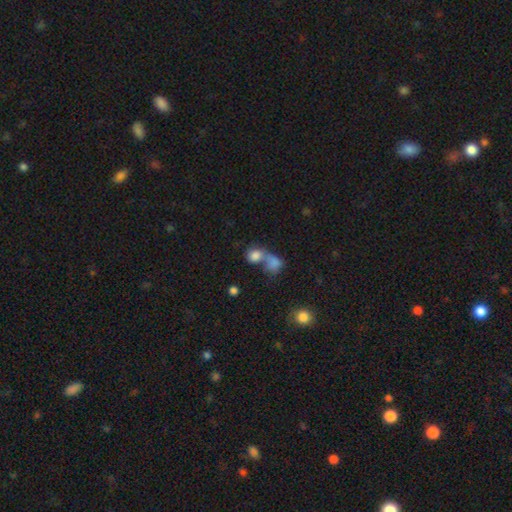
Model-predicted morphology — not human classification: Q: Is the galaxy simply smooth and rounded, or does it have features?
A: smooth — 80%.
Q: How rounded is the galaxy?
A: round — 59%.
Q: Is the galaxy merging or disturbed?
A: merger — 65%.